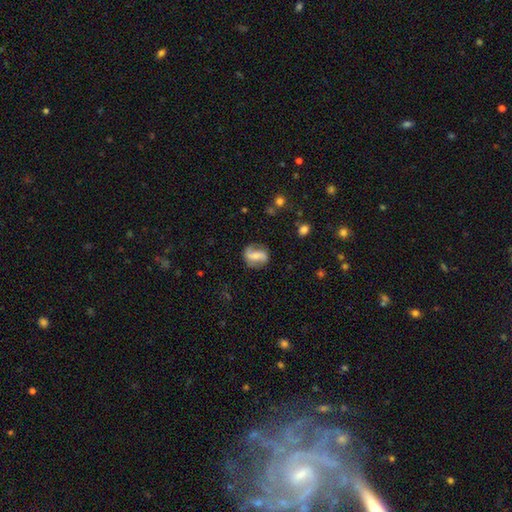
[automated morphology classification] The model was most divided on "bar": weak: 35%, strong: 33%, no: 32%. Remaining: edge-on disk — no (96%); spiral arms — yes (87%); spiral arm count — 2 (86%); merging — none (72%); smooth or featured — featured or disk (60%); spiral winding — loose (50%); bulge size — small (39%).